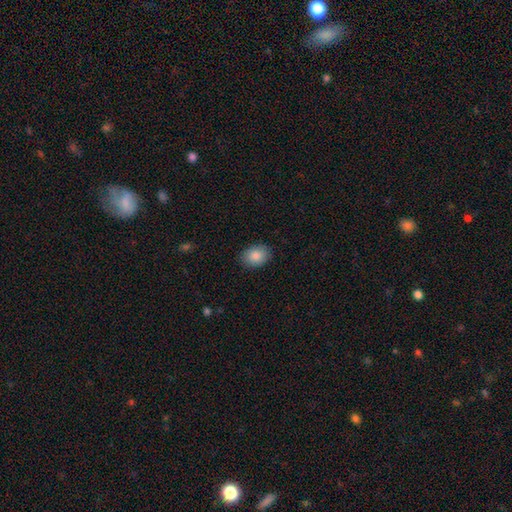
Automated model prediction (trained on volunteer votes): The model was most divided on "how rounded": in between: 71%, round: 28%, cigar-shaped: 1%. More confident: smooth or featured — smooth (87%); merging — none (87%).